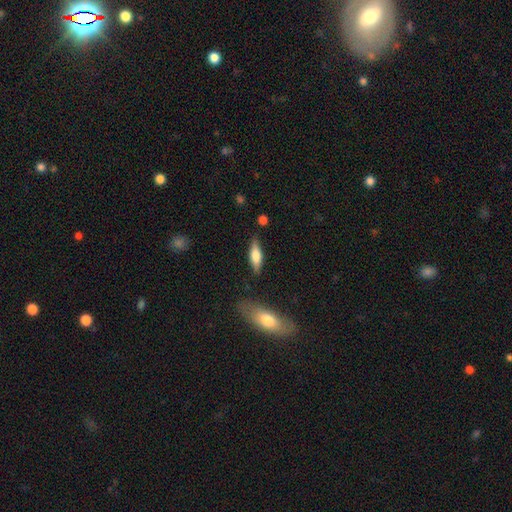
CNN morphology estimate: The model was most divided on "how rounded": in between: 53%, cigar-shaped: 44%, round: 2%. More confident: merging — none (81%); smooth or featured — smooth (64%).